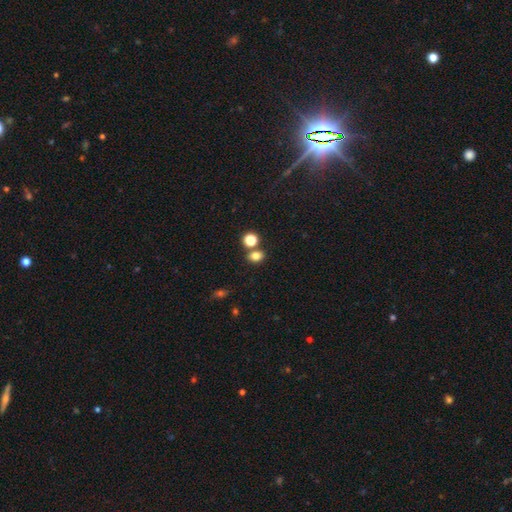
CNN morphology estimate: smooth 78%, star or artifact 15%, featured or disk 6%. Down the decision tree: how rounded — round (51%); merging — none (67%).